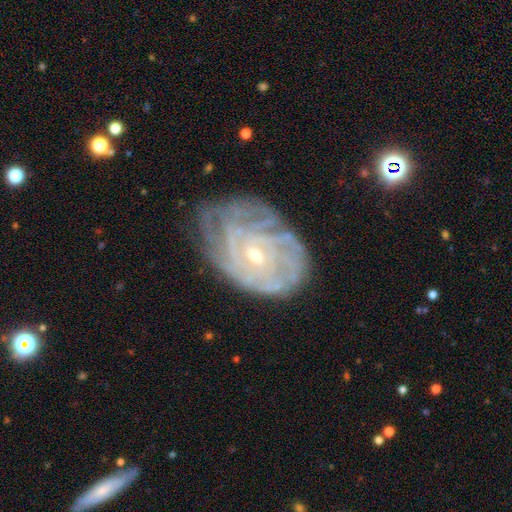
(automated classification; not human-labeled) This is clearly a featured or disk galaxy (83%). It is clearly not viewed edge-on (96%). Bar: likely no (63%). Spiral arm pattern: clearly yes (91%). Spiral arm count: possibly can't tell (48%). Spiral winding: likely tight (73%). Central bulge: likely small (63%). Merging: possibly none (59%).